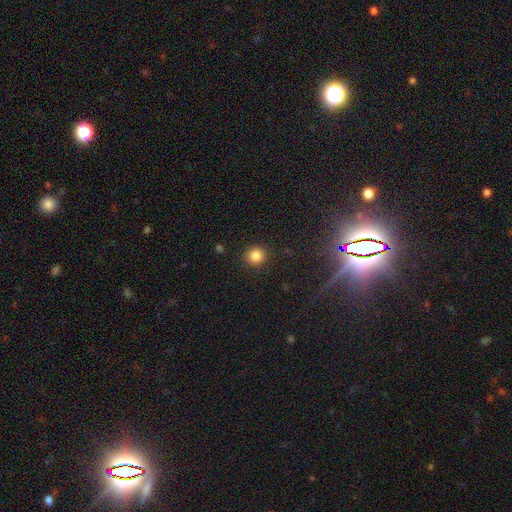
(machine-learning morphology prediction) A smooth galaxy with no disk features (85%) that is round (88%).

Vote fractions:
- Smooth or featured? smooth: 85% / star or artifact: 11% / featured or disk: 4%
- How rounded? round: 88% / in between: 11% / cigar-shaped: 1%
- Merging? none: 90% / minor disturbance: 6% / major disturbance: 2% / merger: 1%